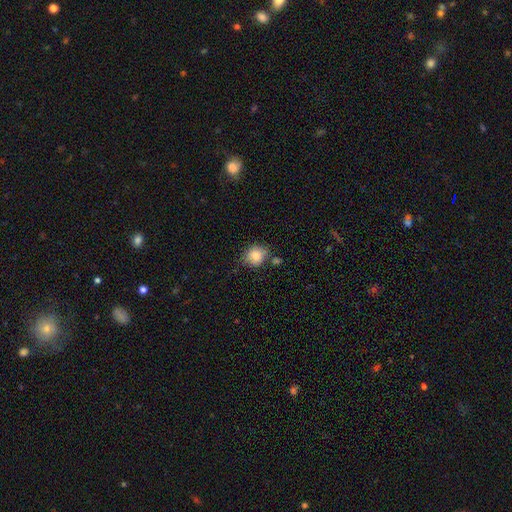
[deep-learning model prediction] This appears to be a smooth galaxy with no disk features (79%) that is round (69%). Merging: none (68%).